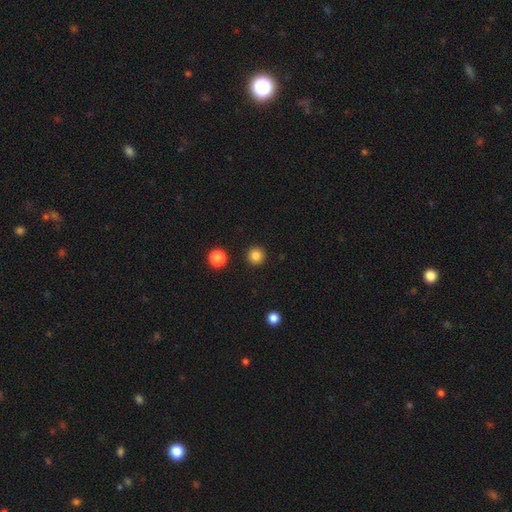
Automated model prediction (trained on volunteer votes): A smooth galaxy with no disk features (85%) that is round (96%).

Vote fractions:
- Smooth or featured? smooth: 85% / star or artifact: 12% / featured or disk: 3%
- How rounded? round: 96% / in between: 3% / cigar-shaped: 1%
- Merging? none: 92% / minor disturbance: 4% / major disturbance: 2% / merger: 1%